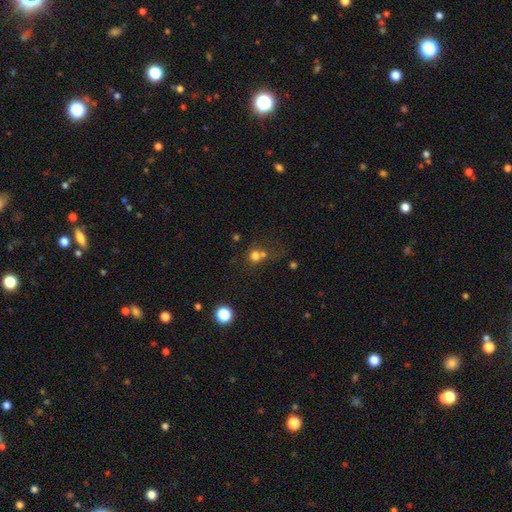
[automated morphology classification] smooth_or_featured: smooth (p=0.71) [alt: star or artifact p=0.17]
how_rounded: round (p=0.85) [alt: in between p=0.14]
merging: merger (p=0.42) [tied with: none p=0.42]